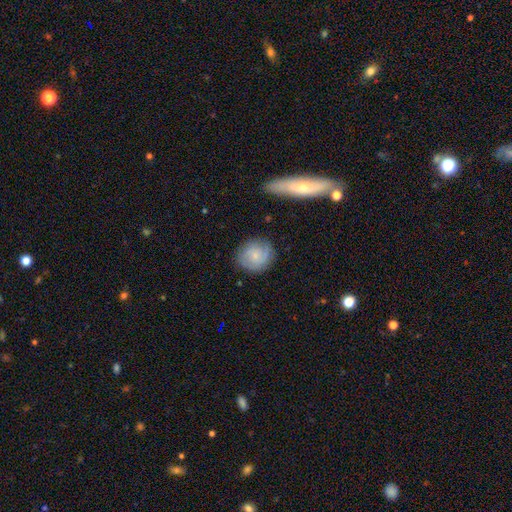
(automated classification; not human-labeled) Smooth or featured: smooth — 53% (featured or disk — 39%)
How rounded: round — 84% (in between — 15%)
Merging: none — 77% (minor disturbance — 16%)